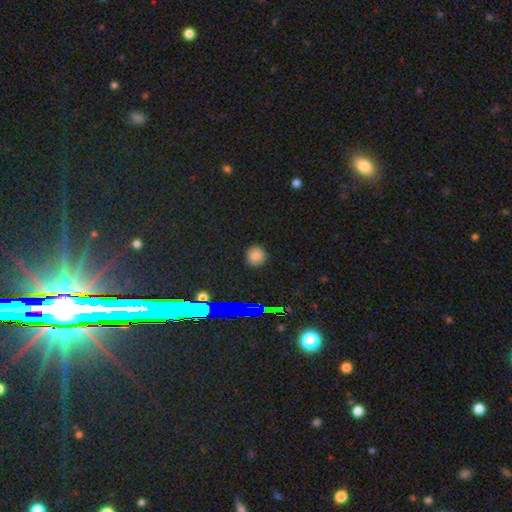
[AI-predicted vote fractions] Smooth or featured? smooth (76%)
How rounded? round (89%)
Merging? none (90%)